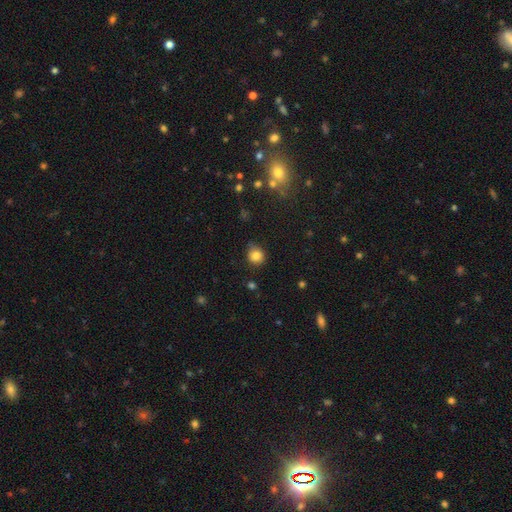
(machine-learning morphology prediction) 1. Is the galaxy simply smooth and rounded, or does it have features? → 82% smooth, 12% star or artifact, 6% featured or disk.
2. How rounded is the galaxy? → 84% round, 15% in between, 1% cigar-shaped.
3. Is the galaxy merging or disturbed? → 70% none, 23% minor disturbance, 5% major disturbance, 2% merger.